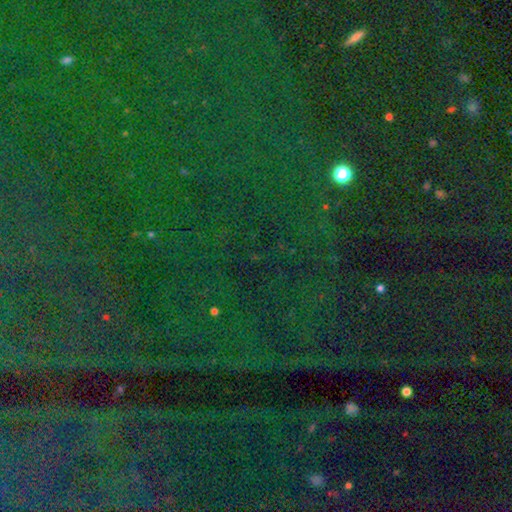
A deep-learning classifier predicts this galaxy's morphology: smooth-or-featured: star or artifact: 84% | smooth: 9% | featured or disk: 7%